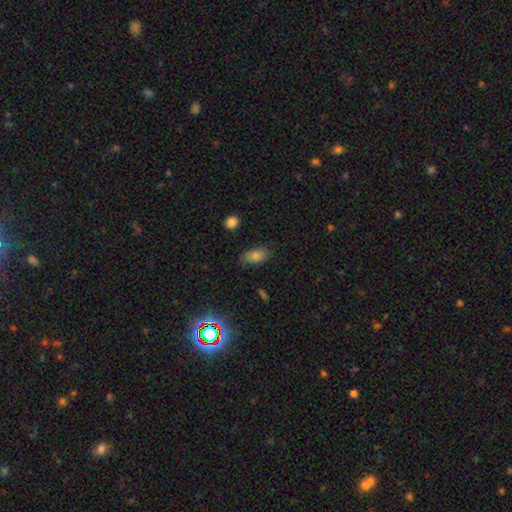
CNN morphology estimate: Smooth or featured?
  - smooth: 71% *
  - featured or disk: 14%
  - star or artifact: 14%
How rounded?
  - in between: 90% *
  - round: 6%
  - cigar-shaped: 4%
Merging?
  - none: 73% *
  - minor disturbance: 20%
  - major disturbance: 5%
  - merger: 2%